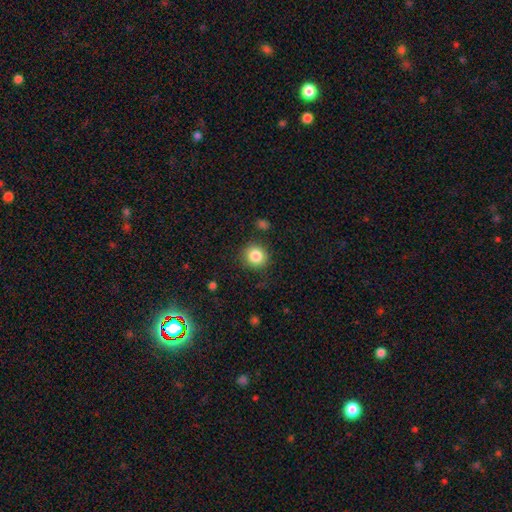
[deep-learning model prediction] This appears to be a smooth galaxy with no disk features (84%) that is round (89%). Merging: none (86%).